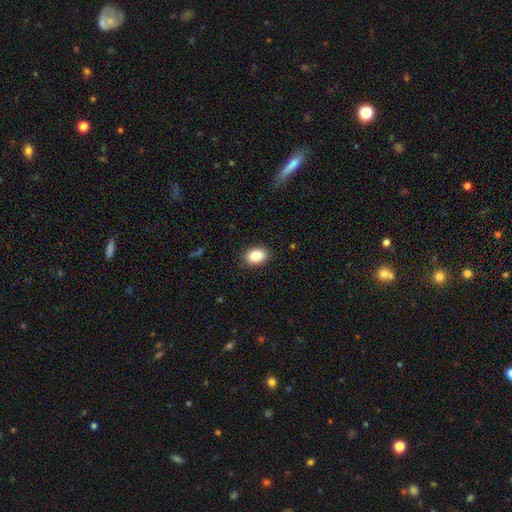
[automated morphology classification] smooth-or-featured: smooth: 85% | star or artifact: 8% | featured or disk: 6%
  how-rounded: in between: 78% | round: 21% | cigar-shaped: 1%
  merging: none: 88% | minor disturbance: 9% | major disturbance: 2% | merger: 1%